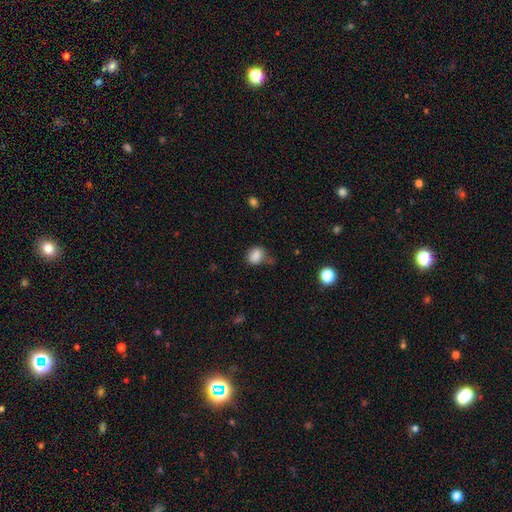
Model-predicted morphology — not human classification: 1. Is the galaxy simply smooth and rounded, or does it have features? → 84% smooth, 10% star or artifact, 6% featured or disk.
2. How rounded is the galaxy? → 53% in between, 46% round, 1% cigar-shaped.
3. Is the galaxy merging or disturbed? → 53% none, 30% minor disturbance, 11% major disturbance, 6% merger.